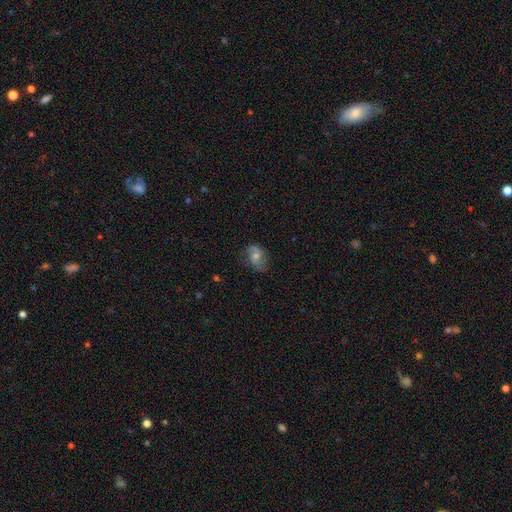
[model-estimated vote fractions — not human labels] Q: Smooth or featured?
A: featured or disk (66%); runner-up: smooth (22%)
Q: Edge-on disk?
A: no (96%); runner-up: yes (4%)
Q: Bar?
A: no (56%); runner-up: weak (35%)
Q: Spiral arms?
A: yes (90%); runner-up: no (10%)
Q: Spiral winding?
A: medium (42%); runner-up: loose (39%)
Q: Spiral arm count?
A: 2 (81%); runner-up: can't tell (9%)
Q: Bulge size?
A: moderate (58%); runner-up: small (34%)
Q: Merging?
A: none (74%); runner-up: minor disturbance (18%)